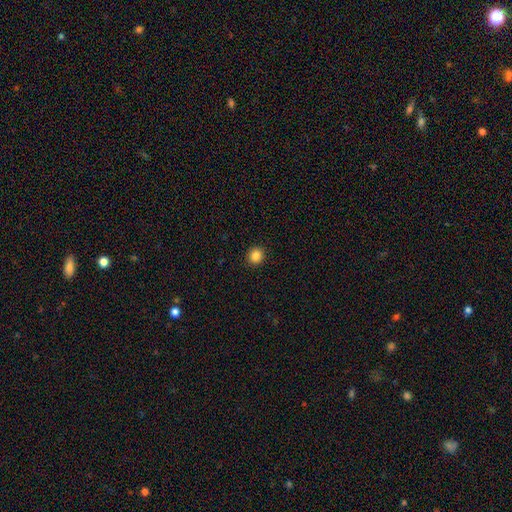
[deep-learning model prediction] Smooth or featured? smooth (85%)
How rounded? round (89%)
Merging? none (92%)